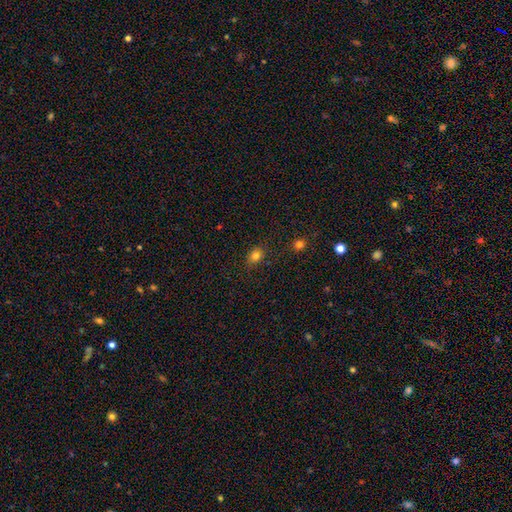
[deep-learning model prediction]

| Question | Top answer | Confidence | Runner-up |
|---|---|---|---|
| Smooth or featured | smooth | 80% | star or artifact (13%) |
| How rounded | in between | 55% | round (44%) |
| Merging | none | 81% | minor disturbance (14%) |